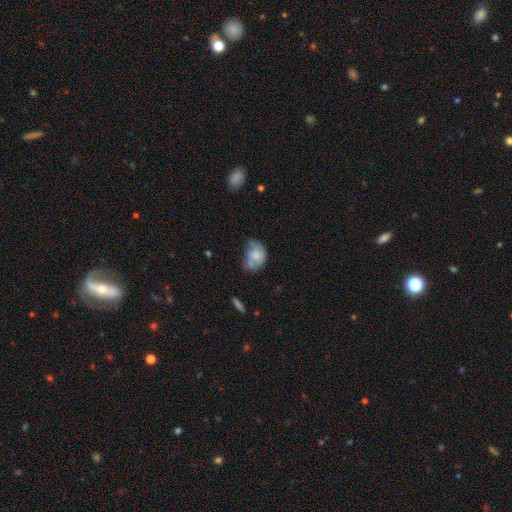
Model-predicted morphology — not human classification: smooth-or-featured: smooth: 51% | featured or disk: 40% | star or artifact: 9%
  how-rounded: in between: 71% | round: 28% | cigar-shaped: 1%
  merging: none: 36% | minor disturbance: 35% | major disturbance: 22% | merger: 7%